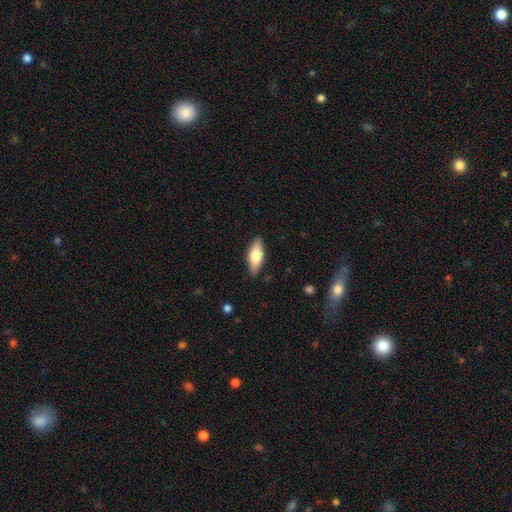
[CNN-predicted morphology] This is likely a smooth galaxy (71%). How rounded: likely in between (75%). Merging: clearly none (86%).